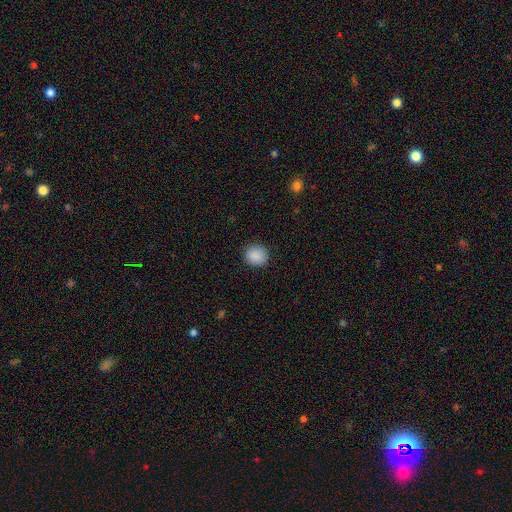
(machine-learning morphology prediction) This appears to be a smooth galaxy with no disk features (89%) that is round (86%). Merging: none (89%).